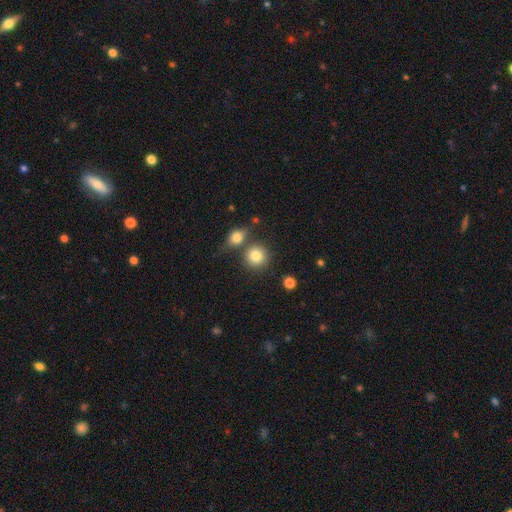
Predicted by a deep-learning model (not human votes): Smooth or featured? smooth (81%)
How rounded? round (88%)
Merging? none (66%)